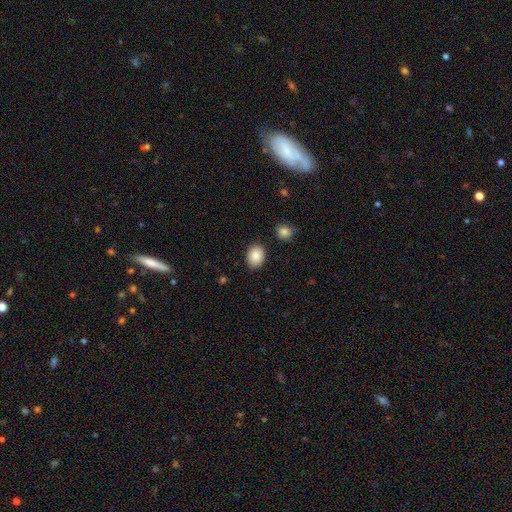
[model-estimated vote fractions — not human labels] This appears to be a smooth galaxy with no disk features (87%) that is in between round and cigar-shaped (63%). Merging: none (87%).